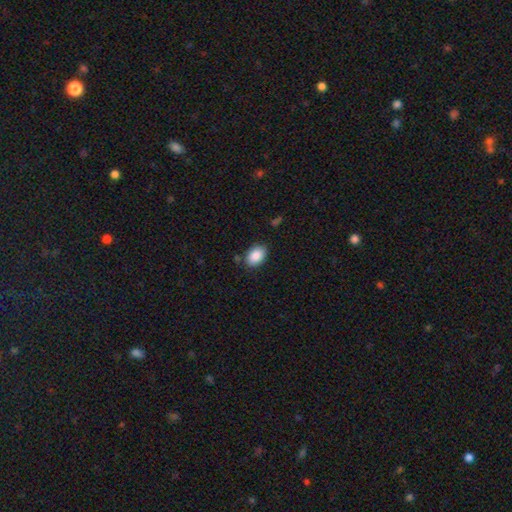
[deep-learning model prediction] smooth 88%, star or artifact 7%, featured or disk 5%. Down the decision tree: how rounded — in between (85%); merging — none (83%).